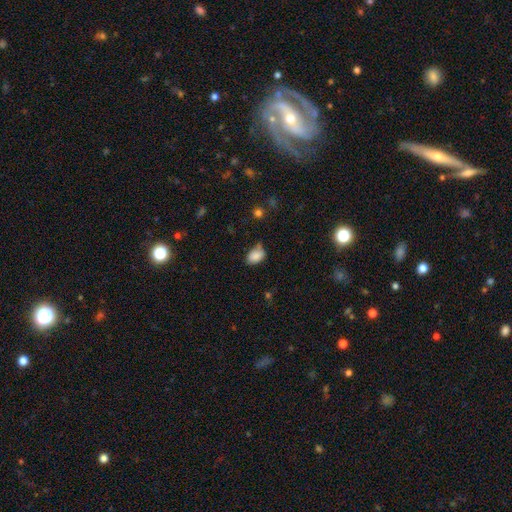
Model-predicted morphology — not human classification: smooth-or-featured: smooth: 85% | star or artifact: 9% | featured or disk: 7%
  how-rounded: in between: 86% | round: 13% | cigar-shaped: 1%
  merging: none: 54% | minor disturbance: 34% | major disturbance: 7% | merger: 5%